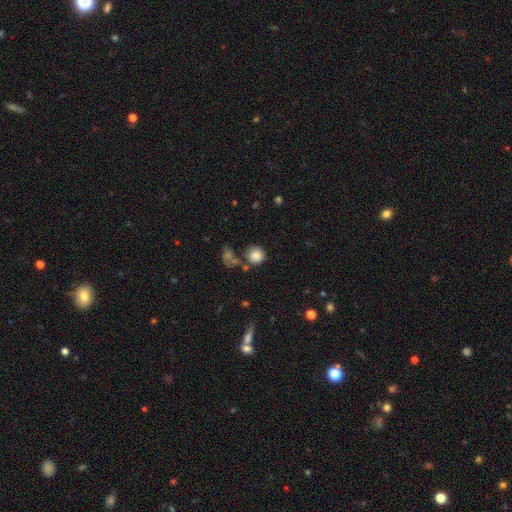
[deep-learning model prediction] smooth_or_featured: smooth (p=0.84) [alt: star or artifact p=0.10]
how_rounded: round (p=0.89) [alt: in between p=0.10]
merging: none (p=0.68) [alt: minor disturbance p=0.14]